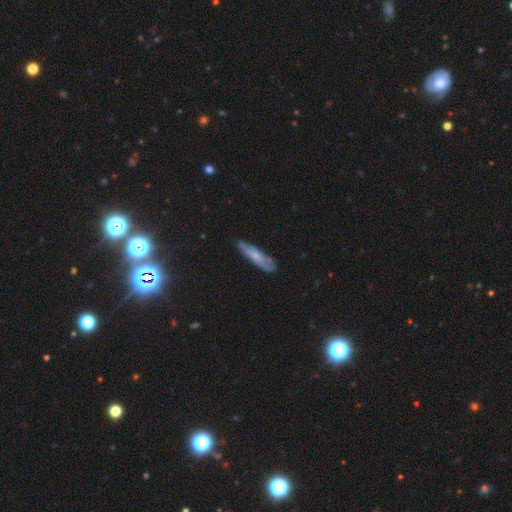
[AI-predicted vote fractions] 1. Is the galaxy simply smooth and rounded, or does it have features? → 57% smooth, 35% featured or disk, 7% star or artifact.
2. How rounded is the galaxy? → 78% cigar-shaped, 20% in between, 2% round.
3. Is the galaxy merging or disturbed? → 79% none, 17% minor disturbance, 3% major disturbance, 1% merger.